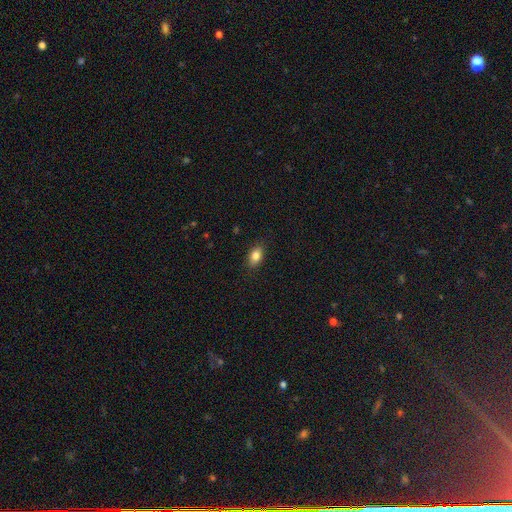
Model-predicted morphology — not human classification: smooth-or-featured: smooth: 84% | star or artifact: 8% | featured or disk: 8%
  how-rounded: in between: 85% | round: 12% | cigar-shaped: 3%
  merging: none: 86% | minor disturbance: 10% | major disturbance: 2% | merger: 1%